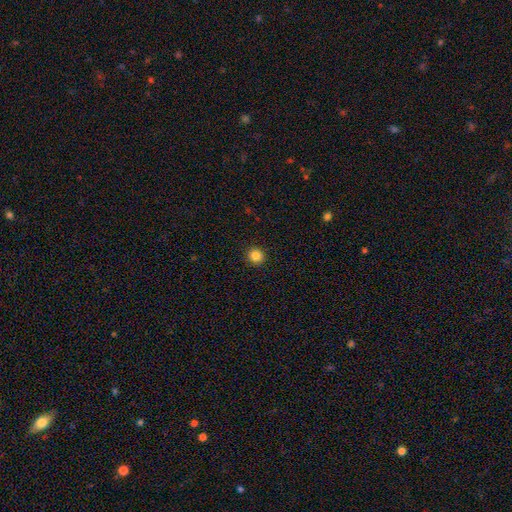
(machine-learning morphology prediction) Smooth or featured: smooth — 85% (star or artifact — 11%)
How rounded: round — 93% (in between — 6%)
Merging: none — 92% (minor disturbance — 5%)